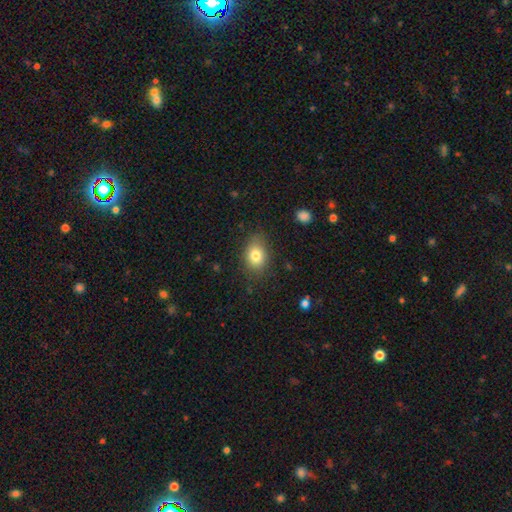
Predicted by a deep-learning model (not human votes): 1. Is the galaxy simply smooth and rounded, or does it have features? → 80% smooth, 10% featured or disk, 10% star or artifact.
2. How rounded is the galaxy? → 73% in between, 26% round, 1% cigar-shaped.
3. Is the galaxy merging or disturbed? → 79% none, 15% minor disturbance, 4% major disturbance, 1% merger.